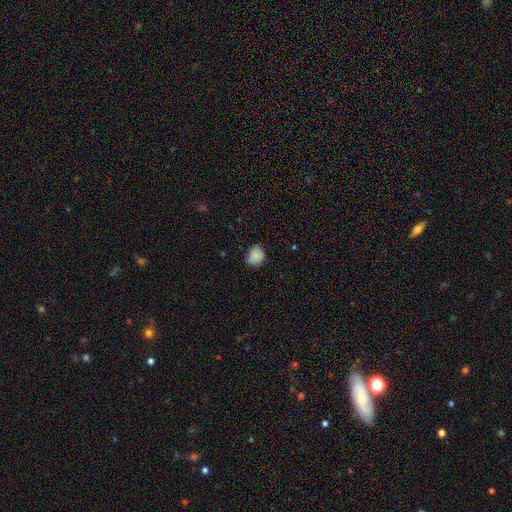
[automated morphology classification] Smooth or featured? smooth (82%)
How rounded? round (64%)
Merging? none (65%)